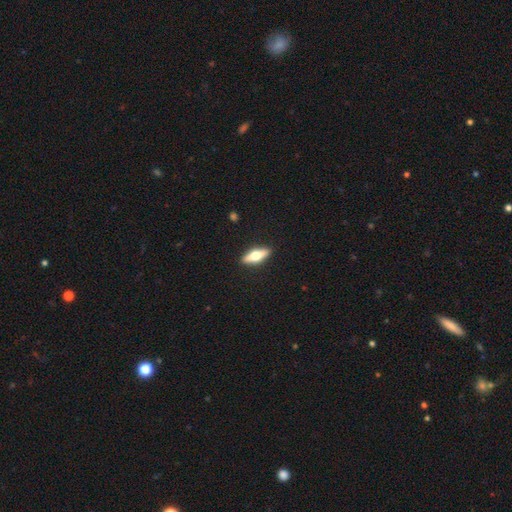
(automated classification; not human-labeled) Q: Smooth or featured?
A: smooth (49%); runner-up: featured or disk (46%)
Q: Merging?
A: none (91%); runner-up: minor disturbance (7%)